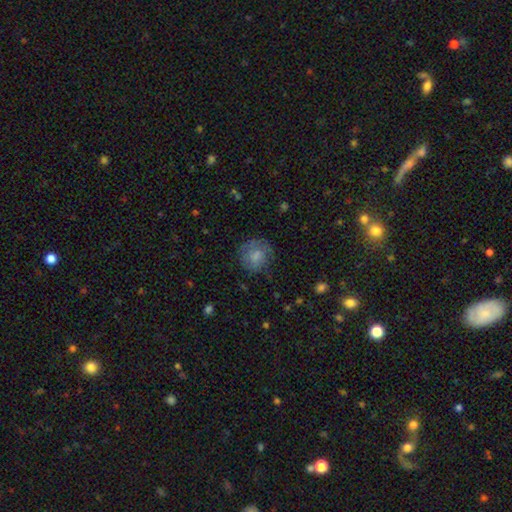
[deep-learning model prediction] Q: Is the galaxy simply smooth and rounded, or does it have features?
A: smooth — 64%.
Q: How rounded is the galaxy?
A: round — 84%.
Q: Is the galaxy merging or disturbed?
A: none — 65%.